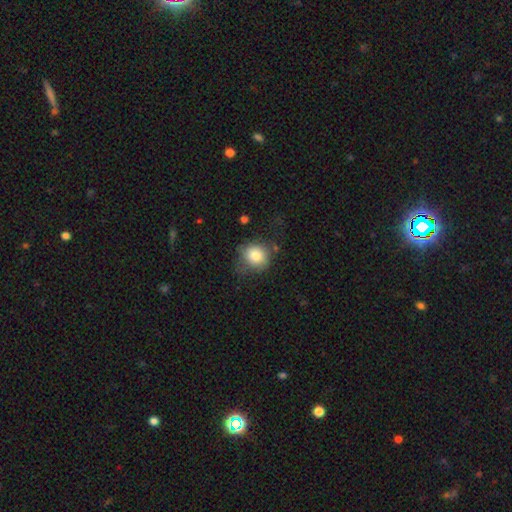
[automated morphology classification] smooth 80%, featured or disk 11%, star or artifact 10%. Down the decision tree: how rounded — round (83%); merging — none (61%).